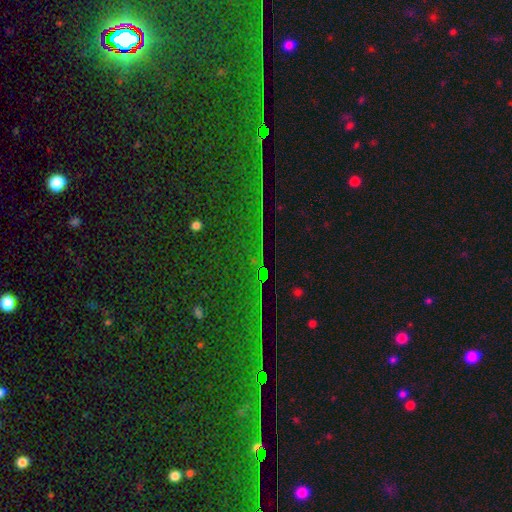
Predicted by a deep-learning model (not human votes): Smooth or featured? Predicted: star or artifact (p=0.85).